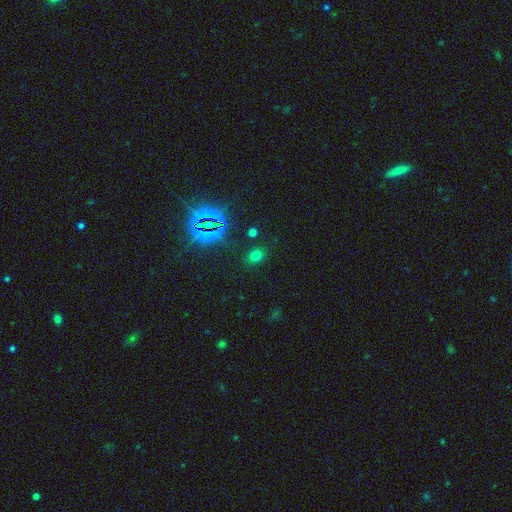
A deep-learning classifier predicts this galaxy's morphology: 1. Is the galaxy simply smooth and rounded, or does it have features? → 63% smooth, 30% star or artifact, 7% featured or disk.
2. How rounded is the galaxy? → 63% in between, 35% round, 2% cigar-shaped.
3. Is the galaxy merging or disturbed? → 84% none, 10% minor disturbance, 3% major disturbance, 3% merger.